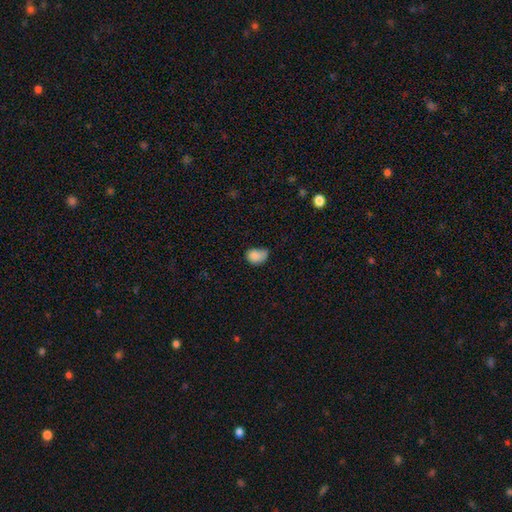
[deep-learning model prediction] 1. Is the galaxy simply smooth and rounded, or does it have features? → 84% smooth, 10% star or artifact, 7% featured or disk.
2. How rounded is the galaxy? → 65% in between, 34% round, 1% cigar-shaped.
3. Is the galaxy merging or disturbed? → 40% minor disturbance, 38% none, 15% major disturbance, 6% merger.